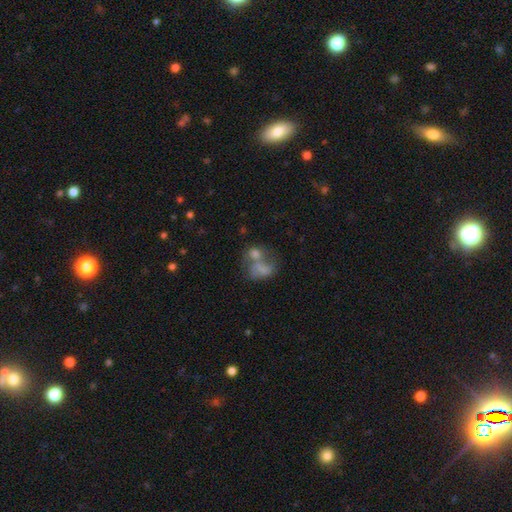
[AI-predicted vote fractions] This is possibly a smooth galaxy (52%). How rounded: likely in between (63%). Merging: possibly merger (53%).